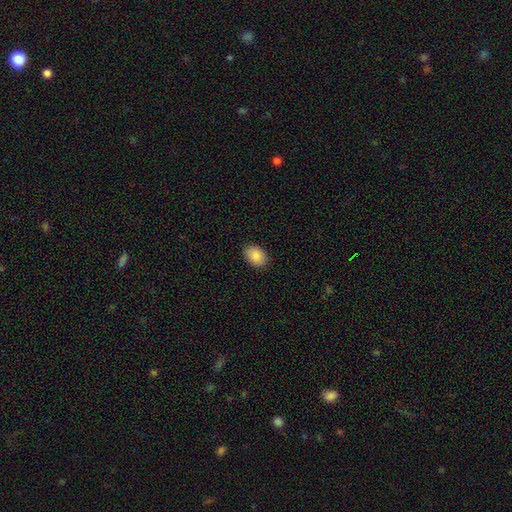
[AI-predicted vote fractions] Smooth or featured: smooth — 89% (star or artifact — 7%)
How rounded: in between — 83% (round — 16%)
Merging: none — 89% (minor disturbance — 8%)